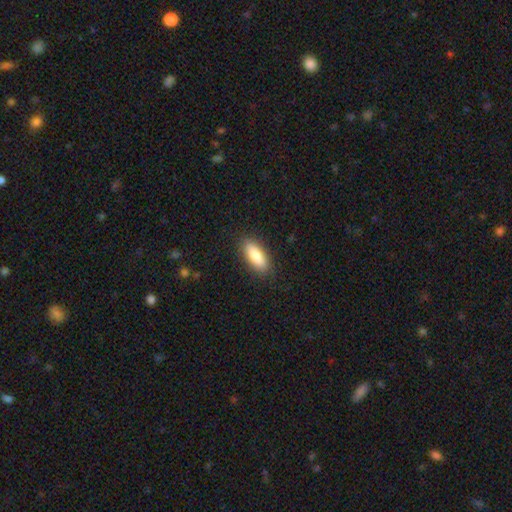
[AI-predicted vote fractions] A smooth galaxy with no disk features (84%) that is in between round and cigar-shaped (72%).

Vote fractions:
- Smooth or featured? smooth: 84% / featured or disk: 10% / star or artifact: 6%
- How rounded? in between: 72% / cigar-shaped: 26% / round: 2%
- Merging? none: 88% / minor disturbance: 9% / major disturbance: 2% / merger: 1%